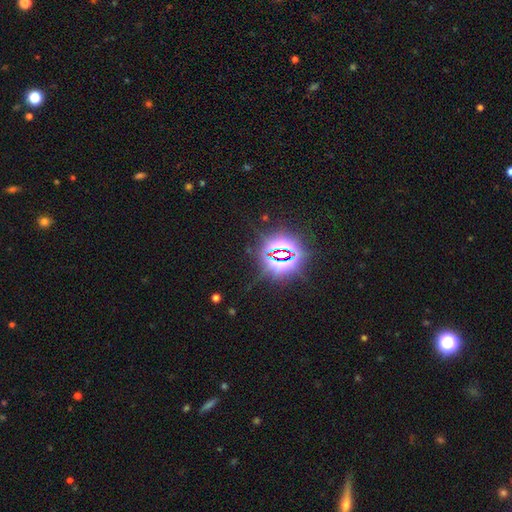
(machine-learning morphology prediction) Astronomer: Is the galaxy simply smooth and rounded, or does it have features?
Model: star or artifact — 84%.